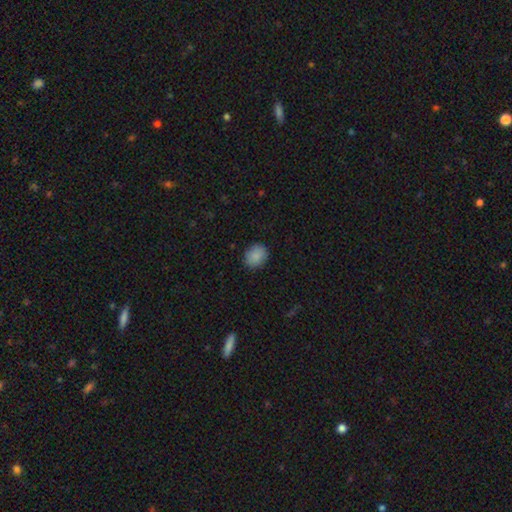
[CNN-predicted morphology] type=smooth (88%); roundness=round (59%); merging=none (87%).